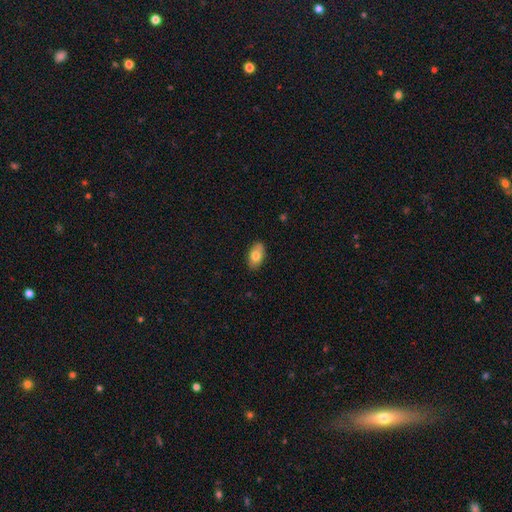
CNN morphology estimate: This is likely a smooth galaxy (76%). How rounded: clearly in between (92%). Merging: clearly none (85%).